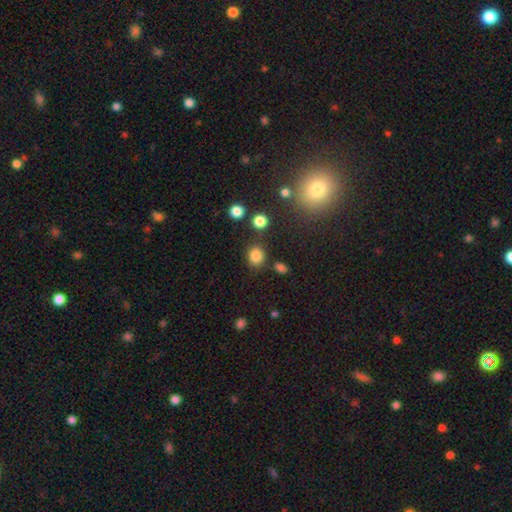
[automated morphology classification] A smooth galaxy with no disk features (83%) that is round (72%).

Vote fractions:
- Smooth or featured? smooth: 83% / star or artifact: 12% / featured or disk: 5%
- How rounded? round: 72% / in between: 27% / cigar-shaped: 1%
- Merging? none: 79% / minor disturbance: 11% / merger: 6% / major disturbance: 4%